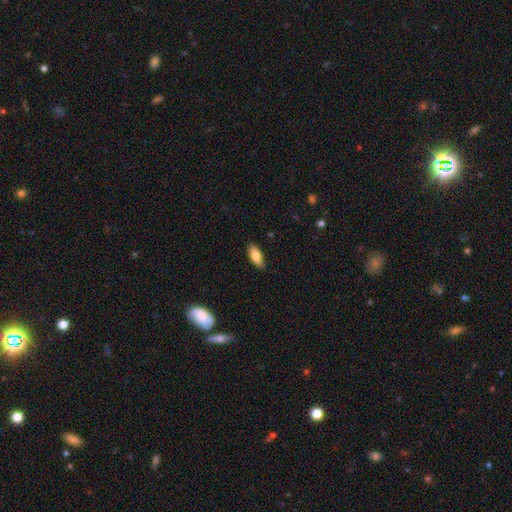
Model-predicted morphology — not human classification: Smooth or featured? smooth (82%)
How rounded? in between (81%)
Merging? none (86%)